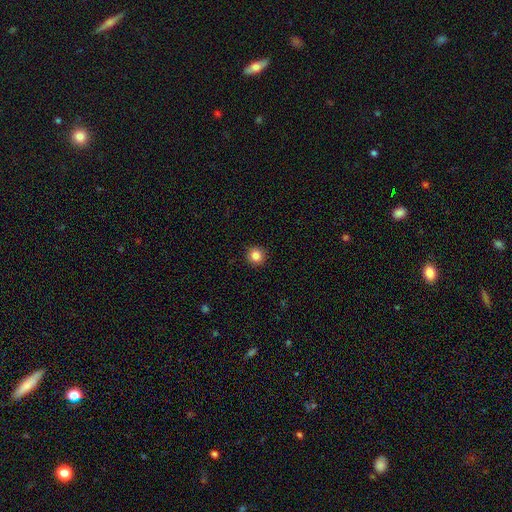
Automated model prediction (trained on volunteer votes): Q: Smooth or featured?
A: smooth (84%); runner-up: star or artifact (11%)
Q: How rounded?
A: round (94%); runner-up: in between (5%)
Q: Merging?
A: none (93%); runner-up: minor disturbance (5%)